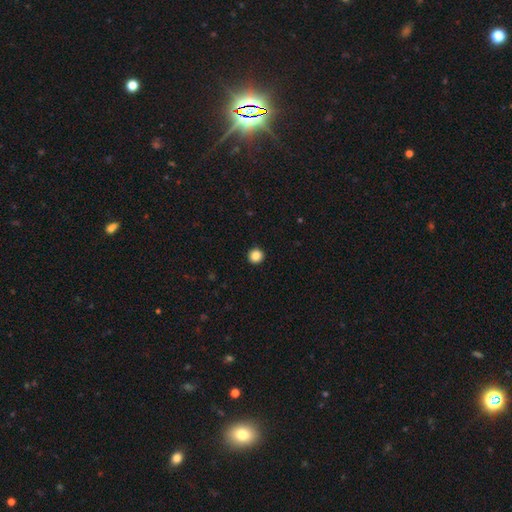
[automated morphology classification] This is clearly a smooth galaxy (86%). How rounded: clearly round (95%). Merging: clearly none (94%).